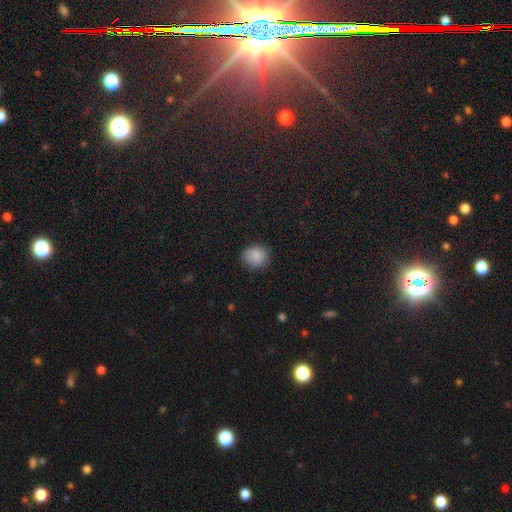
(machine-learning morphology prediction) smooth-or-featured: smooth: 87% | star or artifact: 9% | featured or disk: 4%
  how-rounded: round: 77% | in between: 22% | cigar-shaped: 1%
  merging: none: 80% | minor disturbance: 16% | major disturbance: 3% | merger: 1%